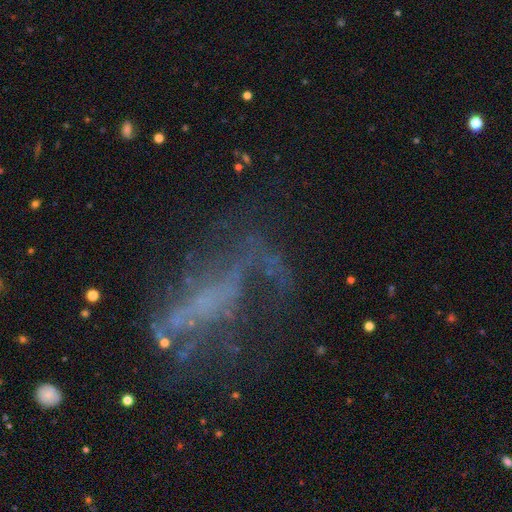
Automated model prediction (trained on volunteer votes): A featured or disk galaxy (60%) with no bar (66%), no spiral arms (64%) and no central bulge (76%).

Vote fractions:
- Smooth or featured? featured or disk: 60% / star or artifact: 23% / smooth: 17%
- Edge-on disk? no: 85% / yes: 15%
- Bar? no: 66% / weak: 19% / strong: 15%
- Spiral arms? no: 64% / yes: 36%
- Bulge size? none: 76% / small: 14% / moderate: 6% / large: 3% / dominant: 1%
- Merging? none: 40% / major disturbance: 38% / minor disturbance: 17% / merger: 5%